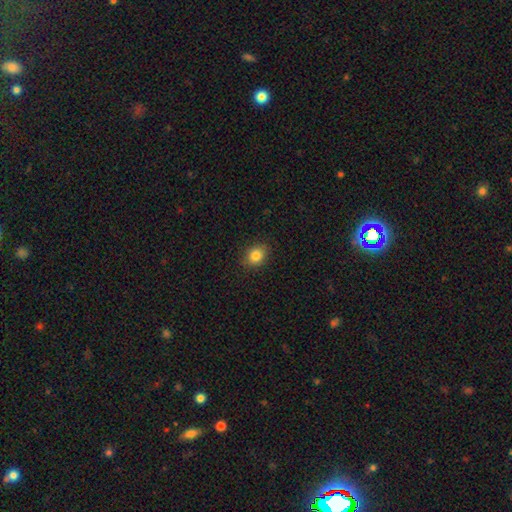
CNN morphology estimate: A smooth galaxy with no disk features (84%) that is round (51%).

Vote fractions:
- Smooth or featured? smooth: 84% / star or artifact: 10% / featured or disk: 6%
- How rounded? round: 51% / in between: 48% / cigar-shaped: 1%
- Merging? none: 88% / minor disturbance: 8% / major disturbance: 2% / merger: 1%